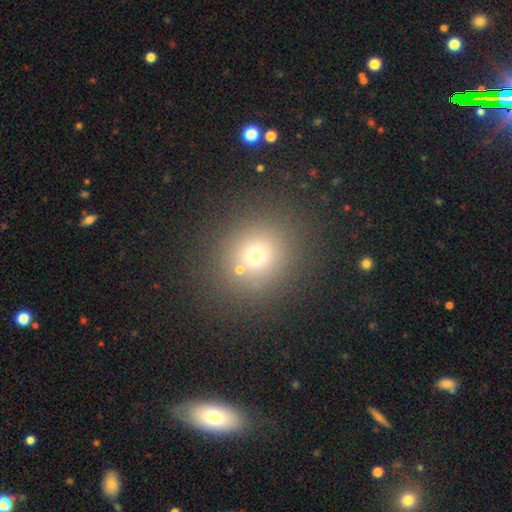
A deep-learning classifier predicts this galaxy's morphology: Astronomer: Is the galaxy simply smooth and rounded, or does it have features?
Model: smooth — 68%.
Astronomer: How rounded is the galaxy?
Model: round — 83%.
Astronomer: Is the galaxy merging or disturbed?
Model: none — 81%.